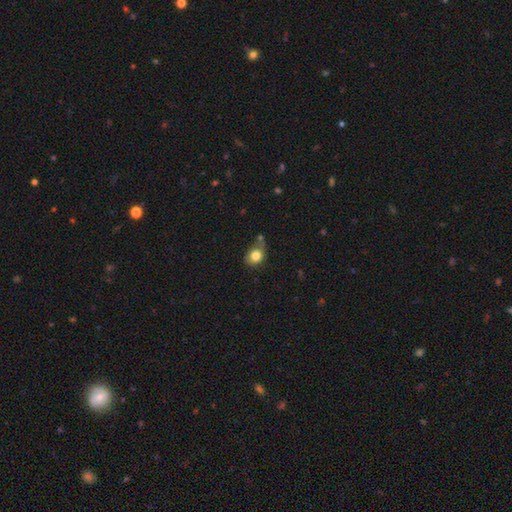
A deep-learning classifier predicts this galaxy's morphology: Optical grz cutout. It shows a smooth galaxy with no disk features (81%) that is round (55%). Merging: none (50%).